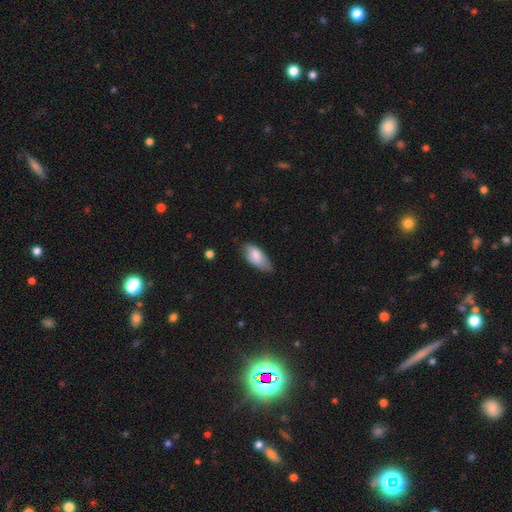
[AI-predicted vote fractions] A smooth galaxy with no disk features (80%) that is in between round and cigar-shaped (89%). Merging: none (51%).